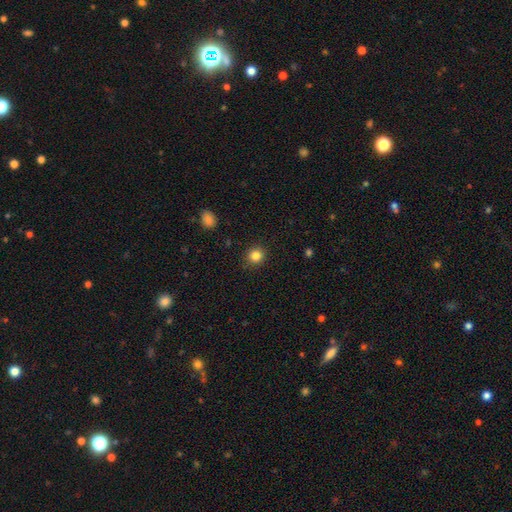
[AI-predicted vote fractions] Overall: smooth (84%). How rounded: round (90%). Merging: none (90%).